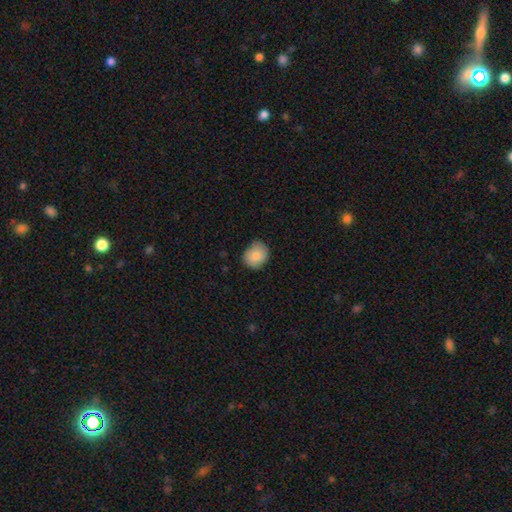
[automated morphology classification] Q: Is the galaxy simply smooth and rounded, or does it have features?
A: smooth — 85%.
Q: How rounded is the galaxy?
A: round — 71%.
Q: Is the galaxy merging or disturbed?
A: none — 75%.